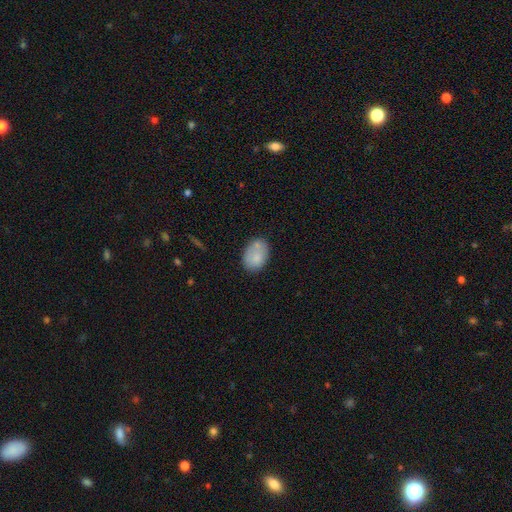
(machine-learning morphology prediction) type=smooth (78%); roundness=in between (81%); merging=none (62%).